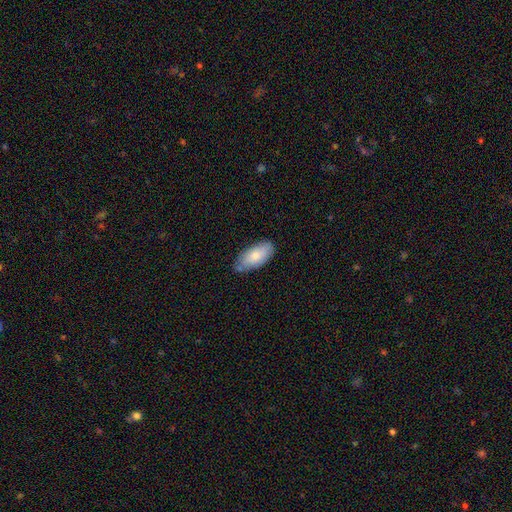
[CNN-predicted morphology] smooth_or_featured: smooth (p=0.77) [alt: featured or disk p=0.17]
how_rounded: in between (p=0.90) [alt: cigar-shaped p=0.07]
merging: none (p=0.71) [alt: minor disturbance p=0.22]